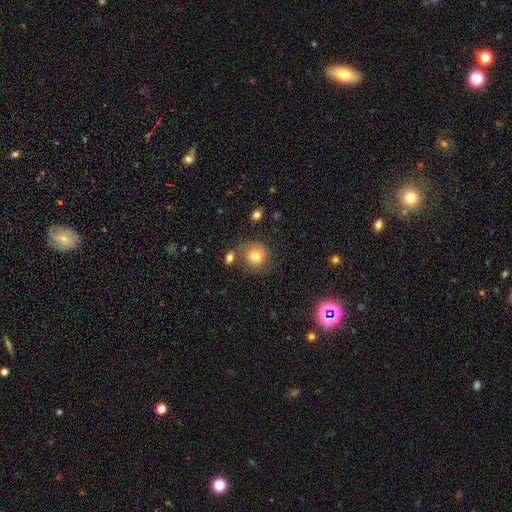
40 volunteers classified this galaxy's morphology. Smooth or featured? smooth (75%)
How rounded? round (83%)
Merging? none (54%)